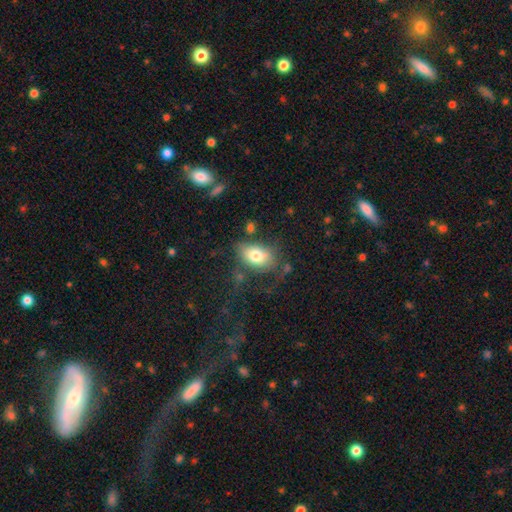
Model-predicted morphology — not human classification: A smooth galaxy with no disk features (75%) that is in between round and cigar-shaped (85%).

Vote fractions:
- Smooth or featured? smooth: 75% / featured or disk: 17% / star or artifact: 9%
- How rounded? in between: 85% / round: 14% / cigar-shaped: 1%
- Merging? none: 54% / minor disturbance: 22% / major disturbance: 18% / merger: 6%